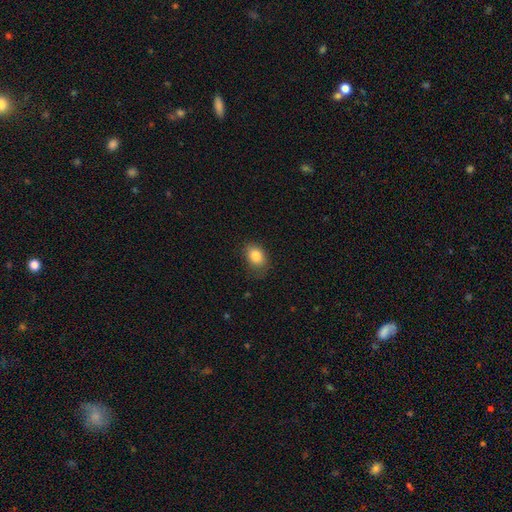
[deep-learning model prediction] A smooth galaxy with no disk features (84%) that is in between round and cigar-shaped (73%). Merging: none (75%).